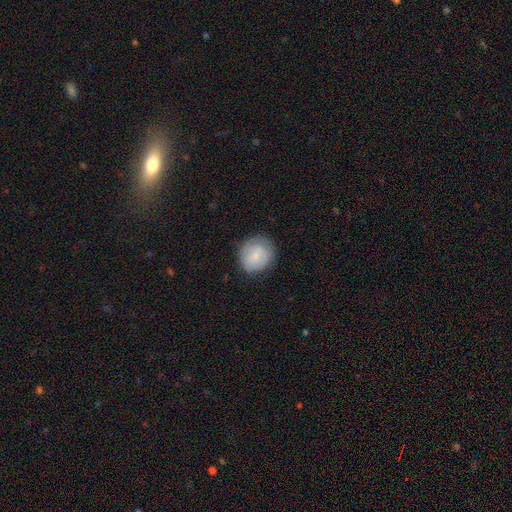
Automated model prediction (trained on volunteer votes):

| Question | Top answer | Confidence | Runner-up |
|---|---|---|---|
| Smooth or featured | smooth | 79% | featured or disk (14%) |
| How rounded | round | 82% | in between (17%) |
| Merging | none | 77% | minor disturbance (17%) |